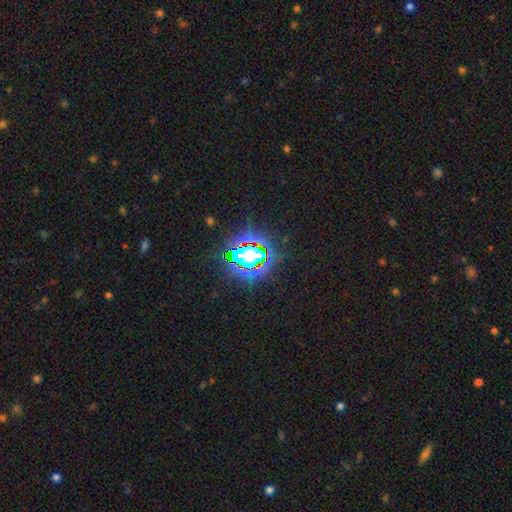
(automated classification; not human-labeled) Smooth or featured? Predicted: star or artifact (p=0.78).